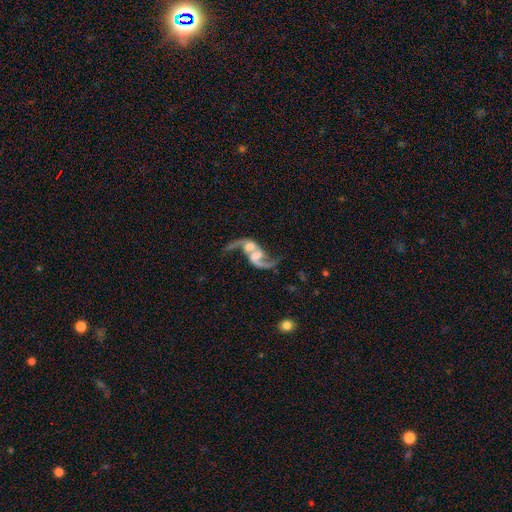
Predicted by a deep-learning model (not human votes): This appears to be a featured or disk galaxy (85%) with a weak bar (41%), 2 (89%) loose (82%) spiral arms (92%) and a moderate central bulge (34%). Merging: merger (50%).